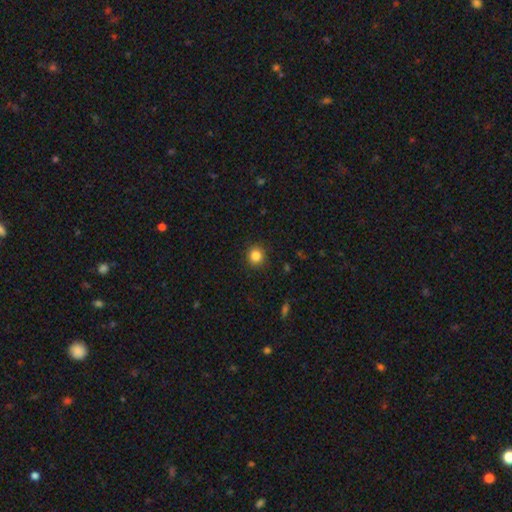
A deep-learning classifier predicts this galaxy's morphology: Smooth or featured? Predicted: smooth (p=0.85). How rounded? Predicted: round (p=0.88). Merging? Predicted: none (p=0.90).